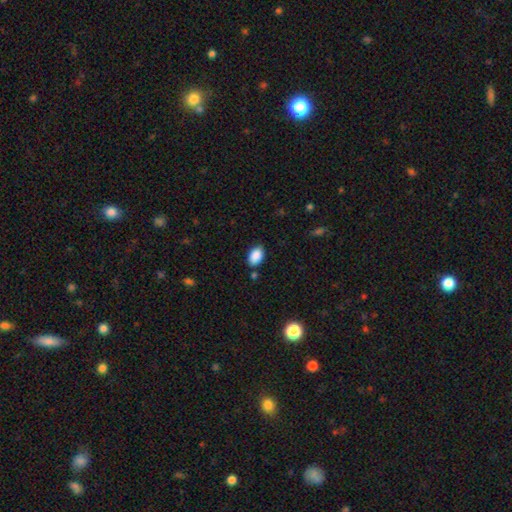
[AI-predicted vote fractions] smooth-or-featured: smooth: 89% | star or artifact: 7% | featured or disk: 4%
  how-rounded: in between: 91% | round: 8% | cigar-shaped: 1%
  merging: none: 81% | minor disturbance: 13% | major disturbance: 3% | merger: 3%